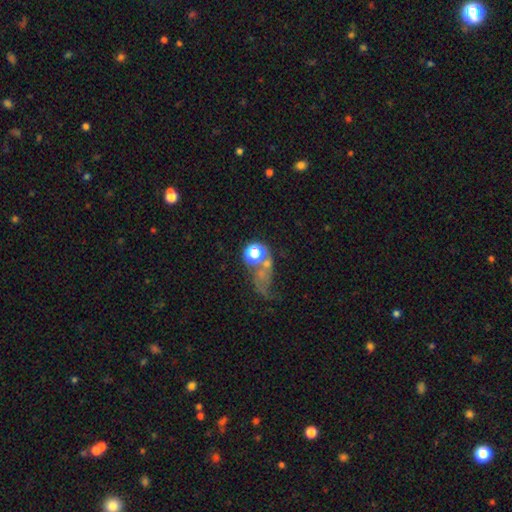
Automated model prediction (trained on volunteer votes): The model was most divided on "smooth or featured": star or artifact: 42%, smooth: 38%, featured or disk: 20%.